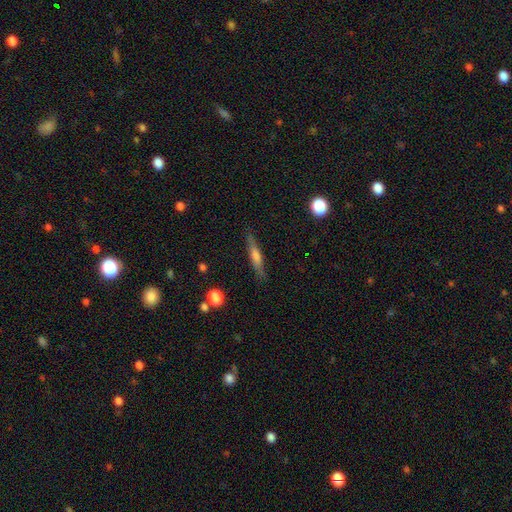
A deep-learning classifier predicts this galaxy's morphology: The model was most divided on "smooth or featured": featured or disk: 51%, smooth: 41%, star or artifact: 8%. More confident: edge-on disk — yes (93%); merging — none (87%).